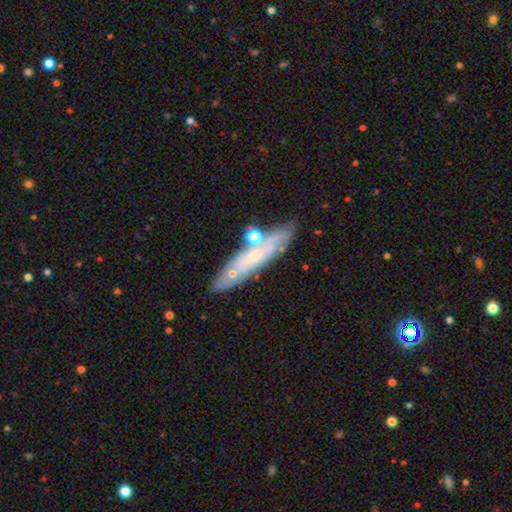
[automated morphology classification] This is possibly a featured or disk galaxy (55%). It is possibly viewed edge-on (58%). Merging: likely none (74%).